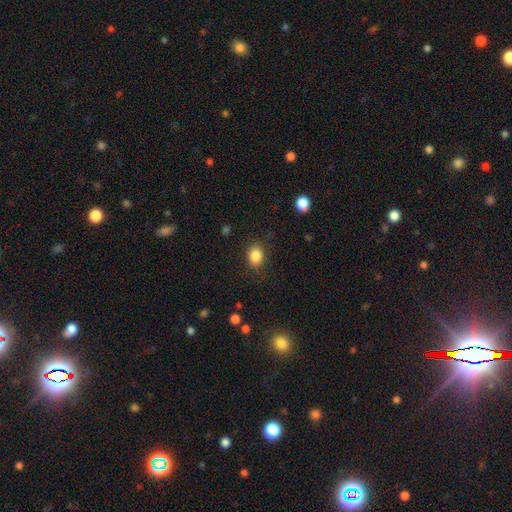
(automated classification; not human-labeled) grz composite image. It shows a smooth galaxy with no disk features (85%) that is in between round and cigar-shaped (54%). Merging: none (81%).